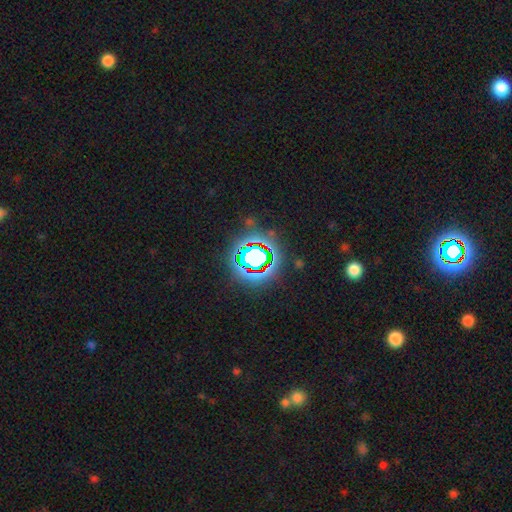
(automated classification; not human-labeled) star or artifact 66%, smooth 19%, featured or disk 15%.